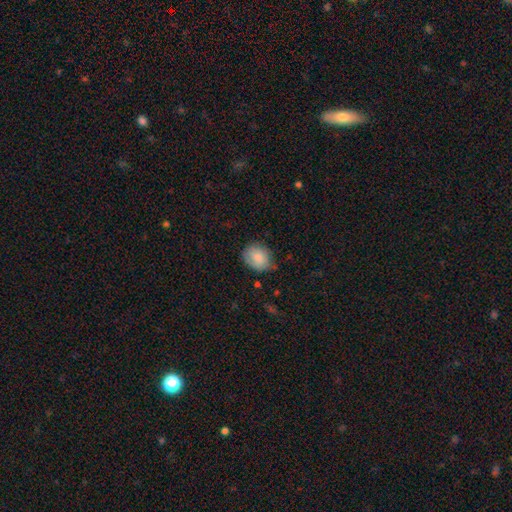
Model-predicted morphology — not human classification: This appears to be a smooth galaxy with no disk features (81%) that is round (52%). Merging: none (65%).